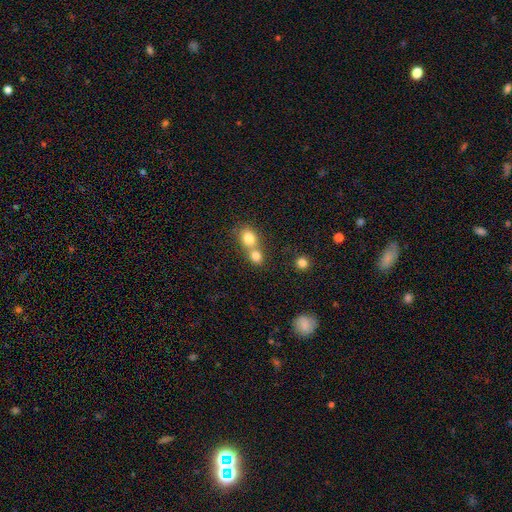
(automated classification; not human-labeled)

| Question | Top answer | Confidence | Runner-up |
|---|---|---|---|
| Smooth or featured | smooth | 79% | star or artifact (11%) |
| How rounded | round | 64% | in between (35%) |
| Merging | merger | 60% | none (32%) |